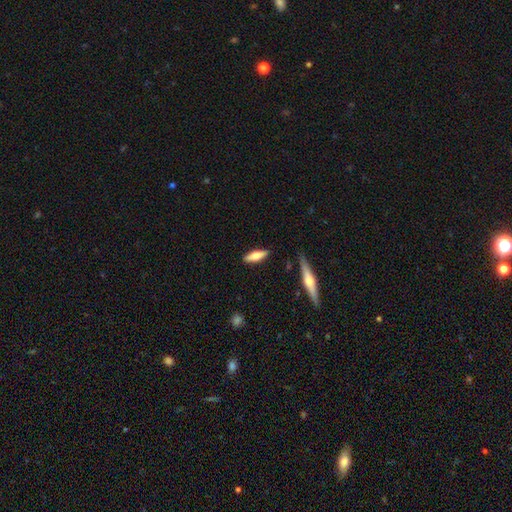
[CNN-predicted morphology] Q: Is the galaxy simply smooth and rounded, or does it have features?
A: smooth — 58%.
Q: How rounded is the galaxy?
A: cigar-shaped — 58%.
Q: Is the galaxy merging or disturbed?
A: none — 85%.